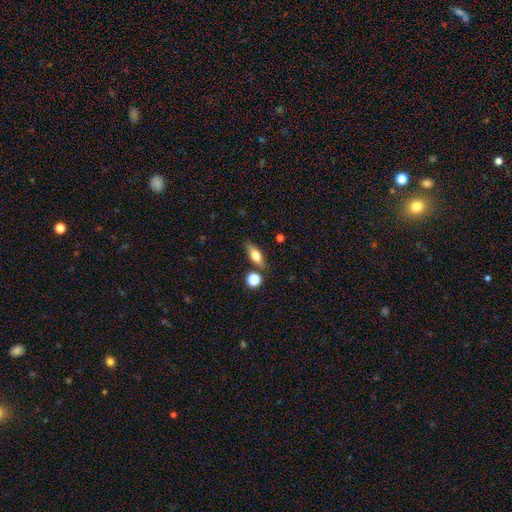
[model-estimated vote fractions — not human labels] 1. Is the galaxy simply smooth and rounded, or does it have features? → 62% smooth, 30% featured or disk, 8% star or artifact.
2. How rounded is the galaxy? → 62% in between, 31% cigar-shaped, 7% round.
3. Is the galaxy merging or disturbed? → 79% none, 12% minor disturbance, 7% merger, 3% major disturbance.